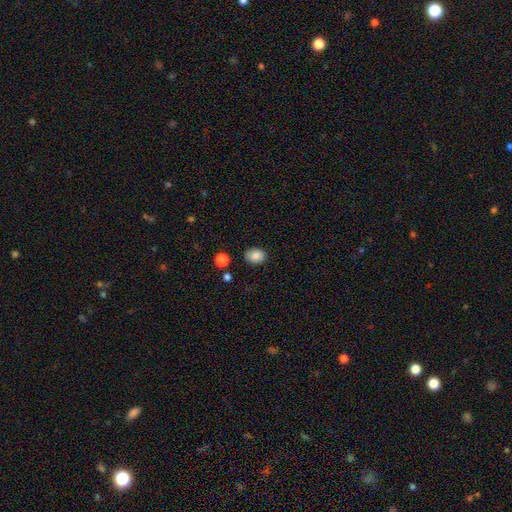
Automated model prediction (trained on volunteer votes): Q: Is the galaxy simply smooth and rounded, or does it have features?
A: smooth — 86%.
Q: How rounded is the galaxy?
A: in between — 65%.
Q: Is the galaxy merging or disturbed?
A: none — 83%.